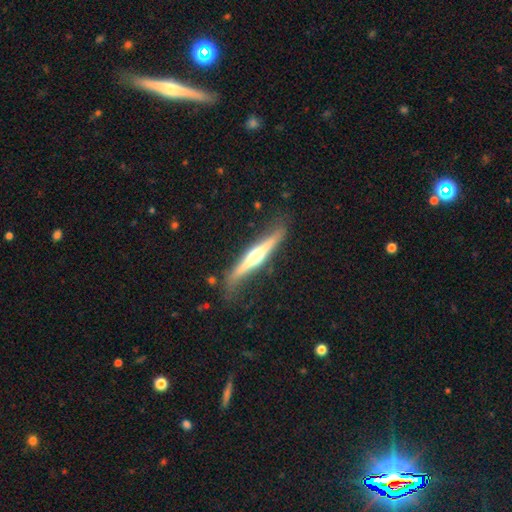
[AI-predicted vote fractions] Morphology: type=featured or disk (74%); edge-on=yes (96%); edge-on bulge=rounded (89%); merging=none (76%).